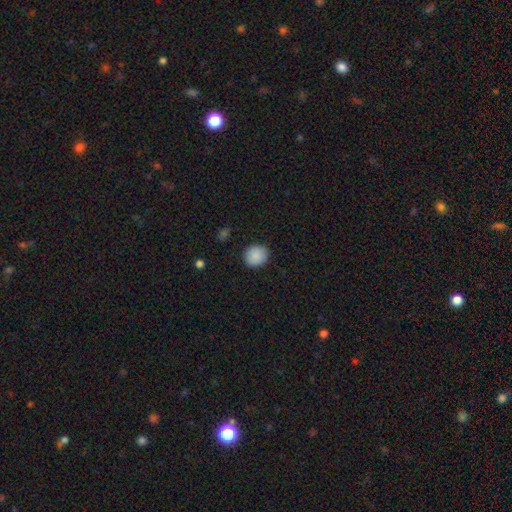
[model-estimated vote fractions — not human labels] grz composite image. It shows a smooth galaxy with no disk features (89%) that is round (78%). Merging: none (88%).